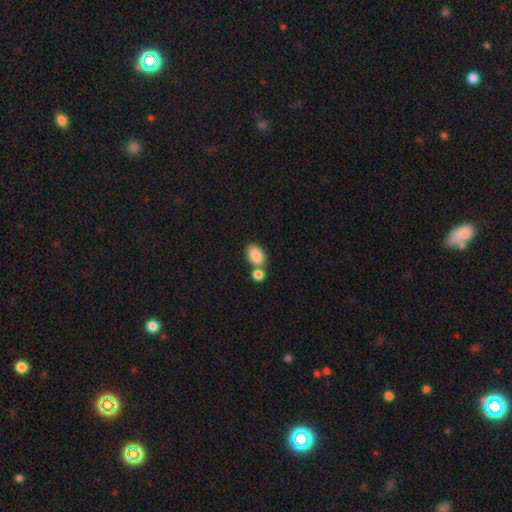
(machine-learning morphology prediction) smooth_or_featured: smooth (p=0.86) [alt: star or artifact p=0.07]
how_rounded: in between (p=0.86) [alt: round p=0.12]
merging: none (p=0.52) [alt: merger p=0.34]